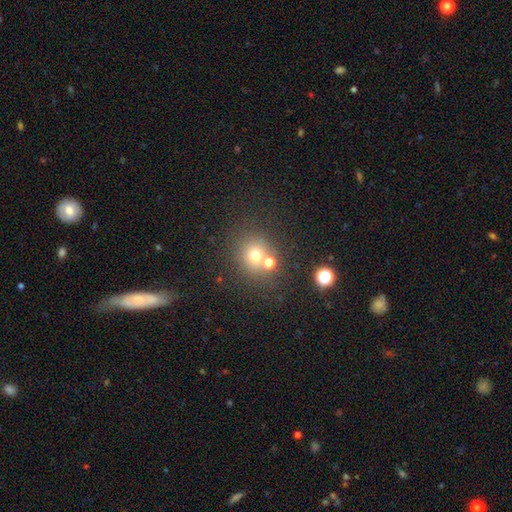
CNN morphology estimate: Smooth or featured? Predicted: smooth (p=0.68). How rounded? Predicted: round (p=0.85). Merging? Predicted: none (p=0.62).